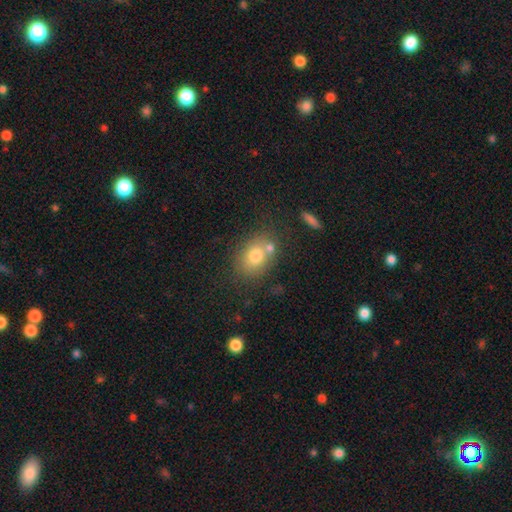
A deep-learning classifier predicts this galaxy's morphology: The model was most divided on "how rounded": in between: 65%, round: 34%, cigar-shaped: 1%. More confident: smooth or featured — smooth (74%); merging — none (57%).